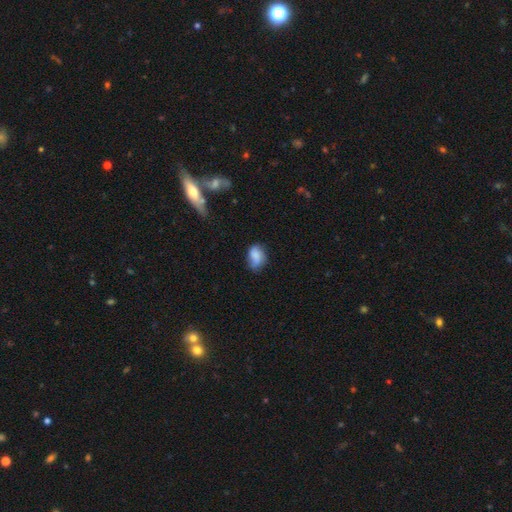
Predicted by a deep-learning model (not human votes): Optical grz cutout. It shows a smooth galaxy with no disk features (76%) that is in between round and cigar-shaped (80%). Merging: none (52%).